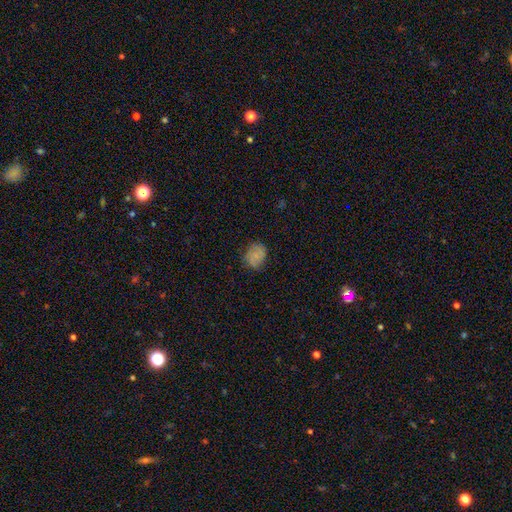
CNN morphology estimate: Q: Smooth or featured?
A: smooth (65%); runner-up: featured or disk (26%)
Q: How rounded?
A: round (51%); runner-up: in between (48%)
Q: Merging?
A: none (70%); runner-up: minor disturbance (23%)